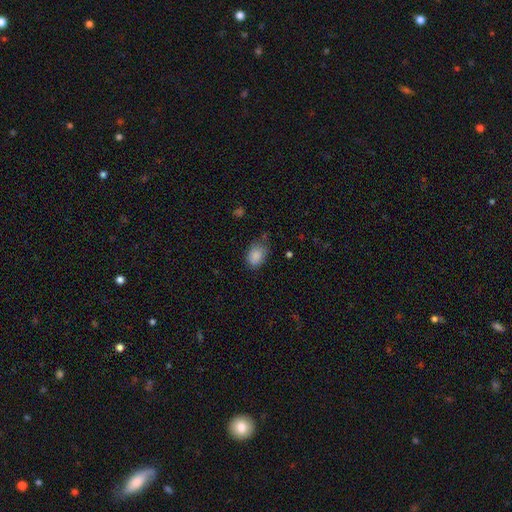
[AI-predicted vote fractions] smooth_or_featured: smooth (p=0.86) [alt: star or artifact p=0.08]
how_rounded: in between (p=0.76) [alt: round p=0.23]
merging: none (p=0.61) [alt: minor disturbance p=0.29]